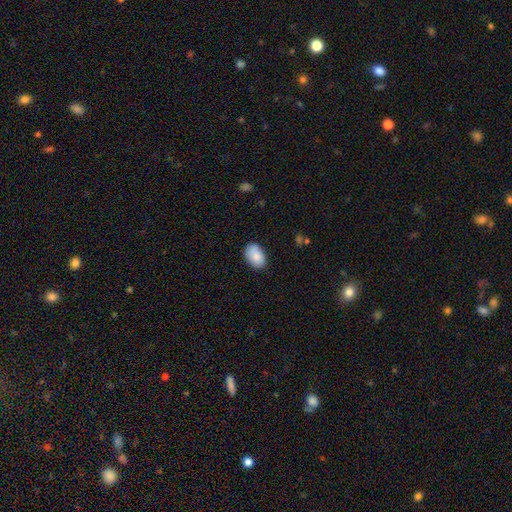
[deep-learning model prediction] Smooth or featured? smooth (87%)
How rounded? in between (90%)
Merging? none (78%)